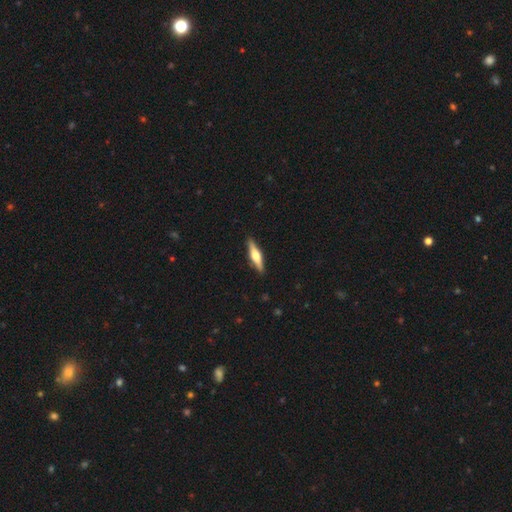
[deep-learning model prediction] The model was most divided on "smooth or featured": featured or disk: 59%, smooth: 36%, star or artifact: 5%. More confident: edge-on disk — yes (96%); edge-on bulge — rounded (91%); merging — none (90%).